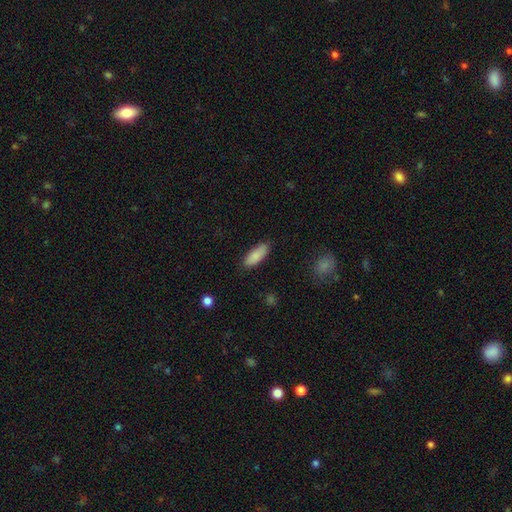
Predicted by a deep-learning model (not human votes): Overall: smooth (86%). How rounded: in between (75%). Merging: none (85%).